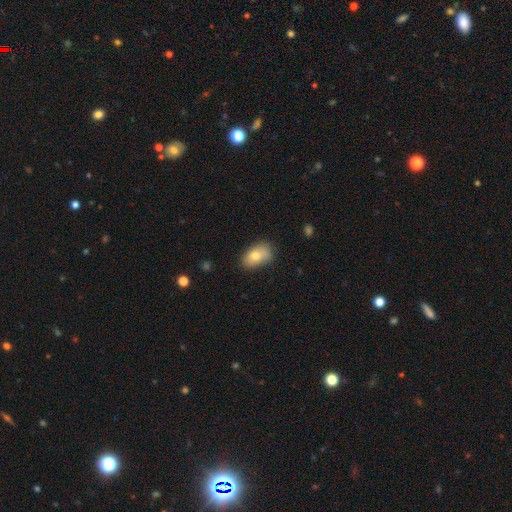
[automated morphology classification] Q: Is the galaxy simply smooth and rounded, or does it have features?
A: smooth — 77%.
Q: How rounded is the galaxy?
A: in between — 89%.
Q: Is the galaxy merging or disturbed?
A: none — 71%.